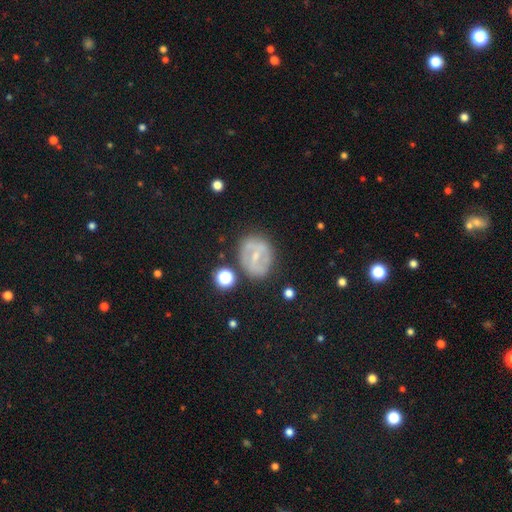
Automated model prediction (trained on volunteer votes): smooth_or_featured: featured or disk (p=0.58) [alt: smooth p=0.31]
disk_edge_on: no (p=0.95) [alt: yes p=0.05]
bar: weak (p=0.41) [alt: strong p=0.33]
has_spiral_arms: no (p=0.51) [alt: yes p=0.49]
bulge_size: small (p=0.62) [alt: moderate p=0.26]
merging: none (p=0.71) [alt: minor disturbance p=0.18]